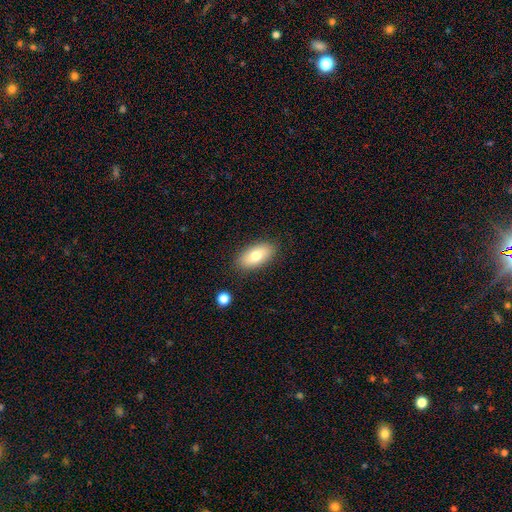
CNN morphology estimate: Overall: smooth (75%). How rounded: in between (92%). Merging: none (86%).